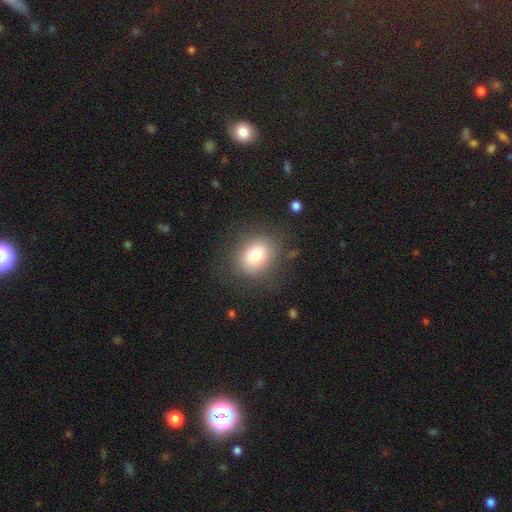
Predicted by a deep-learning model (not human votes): Smooth or featured?
  - smooth: 77% *
  - featured or disk: 12%
  - star or artifact: 11%
How rounded?
  - round: 56% *
  - in between: 43%
  - cigar-shaped: 1%
Merging?
  - none: 80% *
  - minor disturbance: 12%
  - major disturbance: 6%
  - merger: 1%